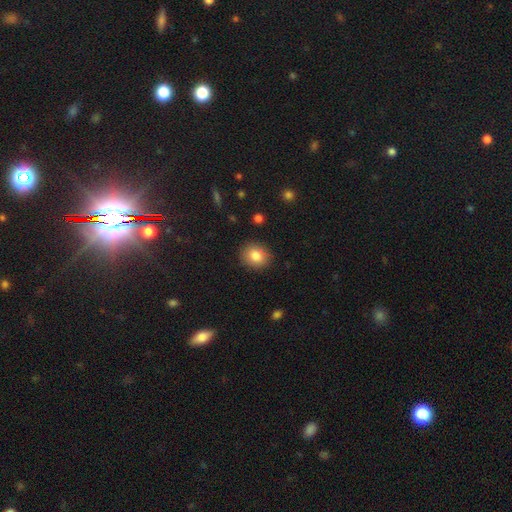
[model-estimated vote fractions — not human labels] Q: Smooth or featured?
A: smooth (82%); runner-up: star or artifact (9%)
Q: How rounded?
A: round (65%); runner-up: in between (34%)
Q: Merging?
A: none (88%); runner-up: minor disturbance (9%)